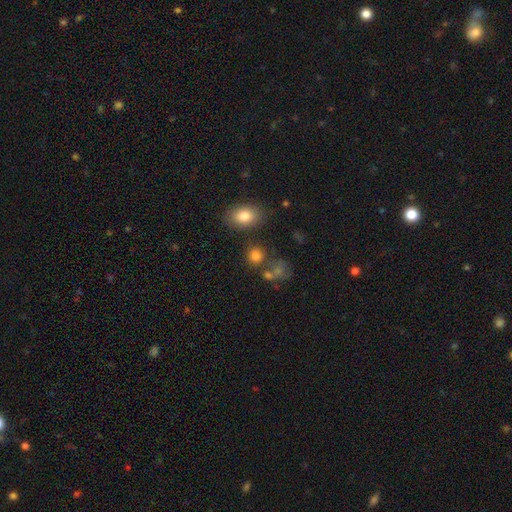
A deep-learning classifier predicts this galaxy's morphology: Smooth or featured? smooth (80%)
How rounded? round (79%)
Merging? none (70%)